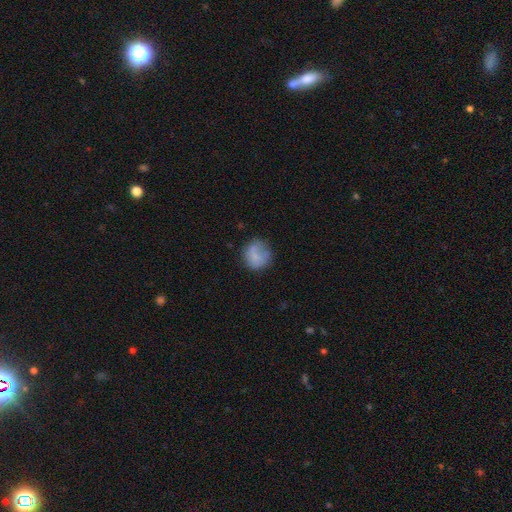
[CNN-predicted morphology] smooth_or_featured: smooth (p=0.75) [alt: featured or disk p=0.17]
how_rounded: round (p=0.83) [alt: in between p=0.16]
merging: none (p=0.62) [alt: minor disturbance p=0.24]